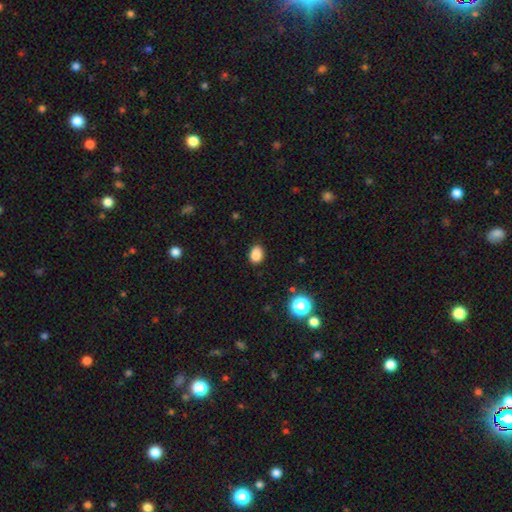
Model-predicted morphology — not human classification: Smooth or featured?
  - smooth: 85% *
  - star or artifact: 12%
  - featured or disk: 4%
How rounded?
  - in between: 67% *
  - round: 31%
  - cigar-shaped: 1%
Merging?
  - none: 82% *
  - minor disturbance: 14%
  - major disturbance: 3%
  - merger: 1%